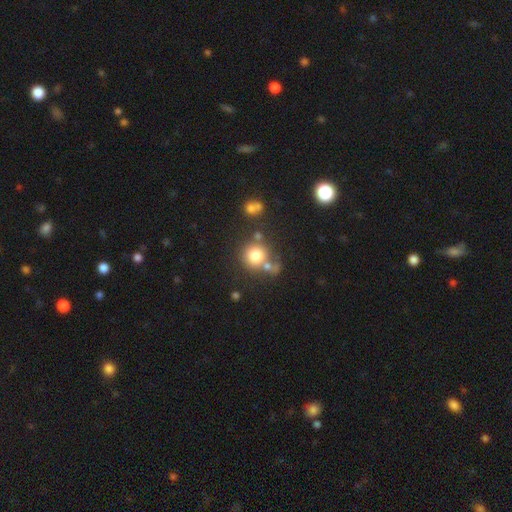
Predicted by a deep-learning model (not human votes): smooth_or_featured: smooth (p=0.76) [alt: featured or disk p=0.12]
how_rounded: round (p=0.89) [alt: in between p=0.10]
merging: none (p=0.57) [alt: merger p=0.25]